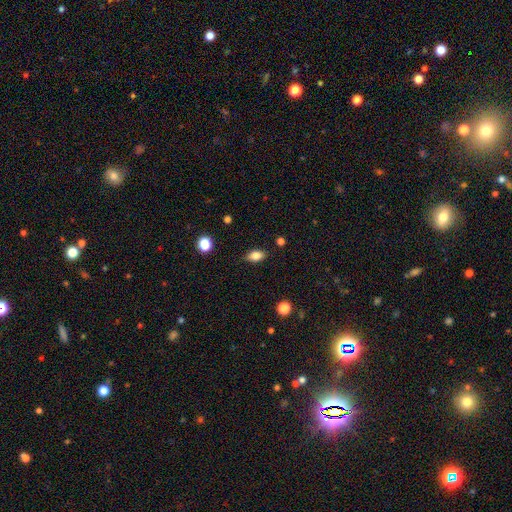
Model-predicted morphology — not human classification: Overall: smooth (82%). How rounded: in between (86%). Merging: none (84%).